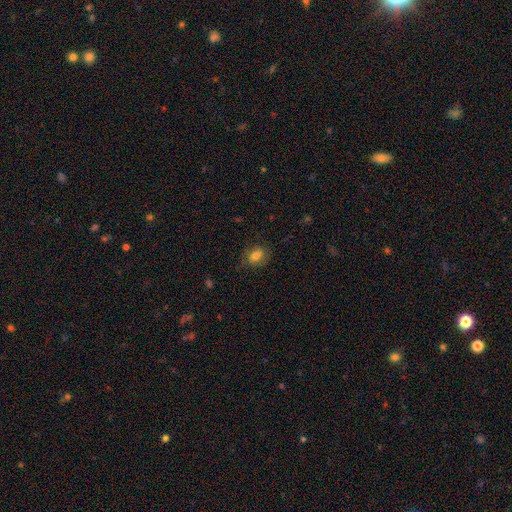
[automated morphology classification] A smooth galaxy with no disk features (73%) that is in between round and cigar-shaped (57%).

Vote fractions:
- Smooth or featured? smooth: 73% / featured or disk: 17% / star or artifact: 10%
- How rounded? in between: 57% / round: 41% / cigar-shaped: 1%
- Merging? none: 72% / minor disturbance: 20% / major disturbance: 8% / merger: 1%